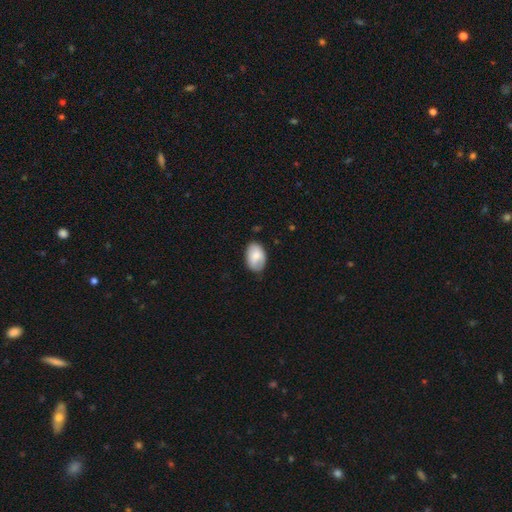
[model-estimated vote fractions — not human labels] smooth_or_featured: smooth (p=0.78) [alt: featured or disk p=0.15]
how_rounded: in between (p=0.88) [alt: round p=0.11]
merging: none (p=0.72) [alt: minor disturbance p=0.23]